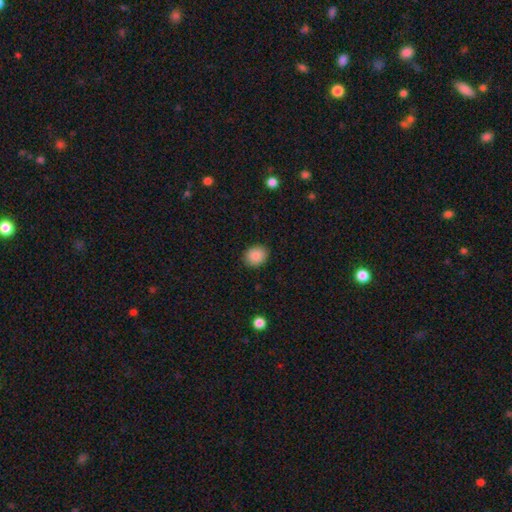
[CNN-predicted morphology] Smooth or featured?
  - smooth: 89% *
  - star or artifact: 8%
  - featured or disk: 3%
How rounded?
  - round: 56% *
  - in between: 43%
  - cigar-shaped: 1%
Merging?
  - none: 89% *
  - minor disturbance: 8%
  - major disturbance: 2%
  - merger: 1%